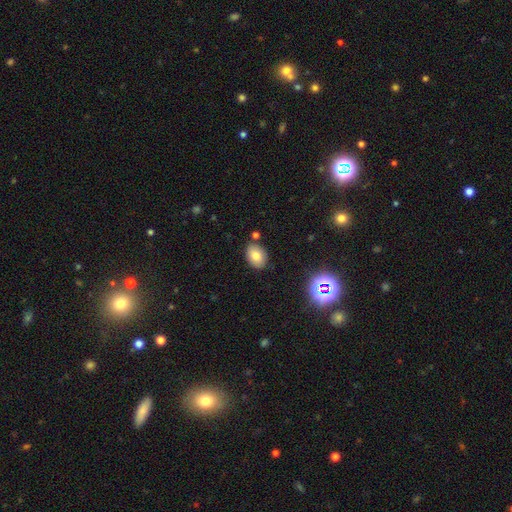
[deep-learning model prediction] Q: Smooth or featured?
A: smooth (77%); runner-up: star or artifact (12%)
Q: How rounded?
A: in between (76%); runner-up: round (23%)
Q: Merging?
A: none (83%); runner-up: minor disturbance (11%)